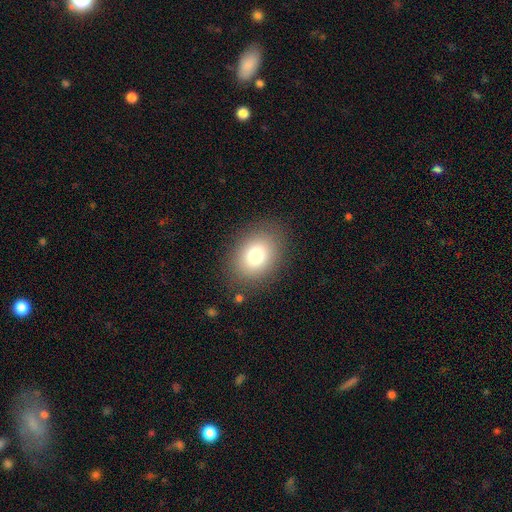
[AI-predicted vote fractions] Smooth or featured? Predicted: smooth (p=0.79). How rounded? Predicted: in between (p=0.64). Merging? Predicted: none (p=0.84).